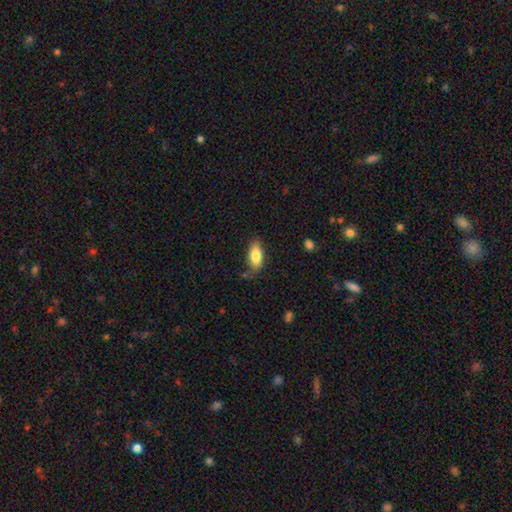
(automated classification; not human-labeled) Smooth or featured: smooth — 82% (featured or disk — 11%)
How rounded: in between — 86% (cigar-shaped — 11%)
Merging: none — 71% (minor disturbance — 20%)